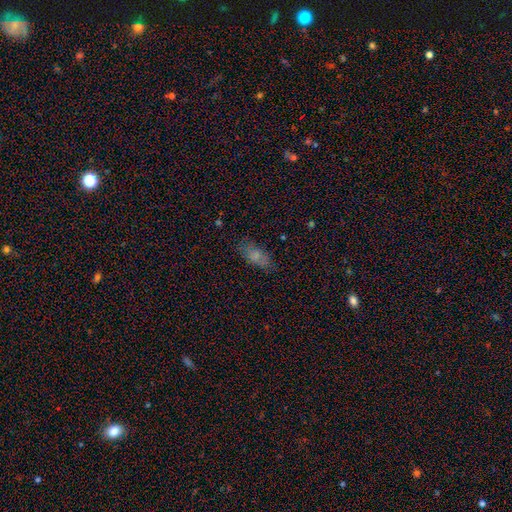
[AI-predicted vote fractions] Q: Smooth or featured?
A: smooth (73%); runner-up: featured or disk (14%)
Q: How rounded?
A: in between (82%); runner-up: cigar-shaped (15%)
Q: Merging?
A: none (76%); runner-up: minor disturbance (17%)